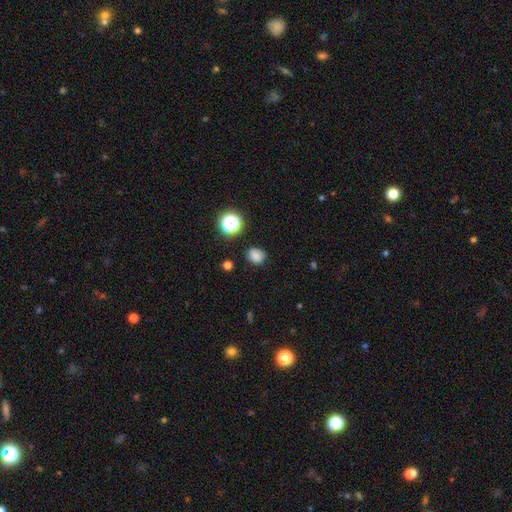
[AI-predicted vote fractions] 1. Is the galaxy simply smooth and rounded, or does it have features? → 80% smooth, 15% star or artifact, 5% featured or disk.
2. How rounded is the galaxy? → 66% round, 33% in between, 1% cigar-shaped.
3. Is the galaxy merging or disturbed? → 82% none, 12% minor disturbance, 3% major disturbance, 2% merger.